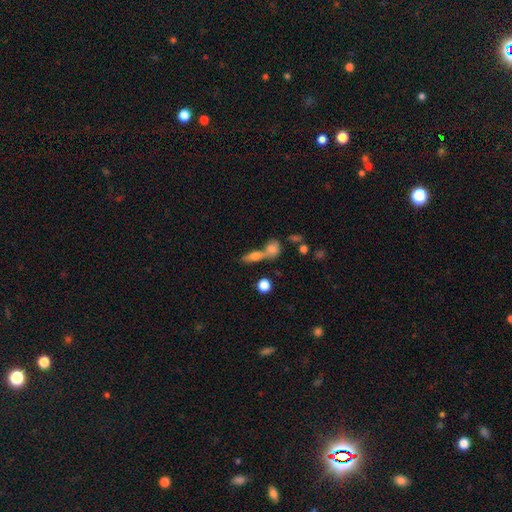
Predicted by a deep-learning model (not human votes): smooth_or_featured: smooth (p=0.63) [alt: featured or disk p=0.27]
how_rounded: in between (p=0.50) [alt: cigar-shaped p=0.36]
merging: merger (p=0.46) [alt: none p=0.39]